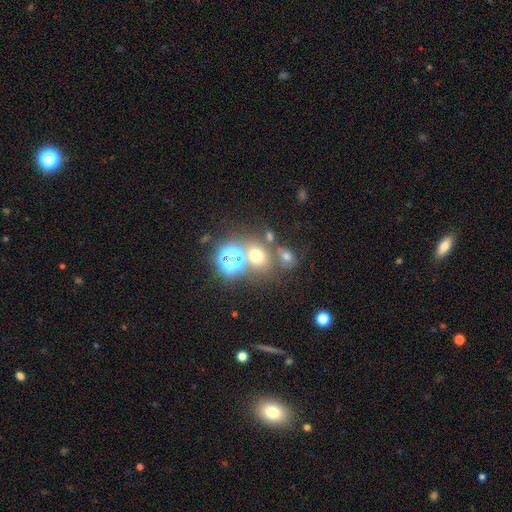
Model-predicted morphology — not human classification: Smooth or featured? Predicted: smooth (p=0.59). How rounded? Predicted: round (p=0.69). Merging? Predicted: none (p=0.55).